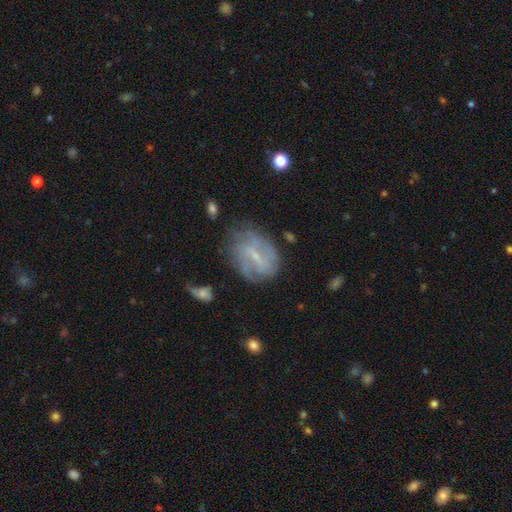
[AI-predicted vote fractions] Q: Smooth or featured?
A: featured or disk (68%); runner-up: smooth (23%)
Q: Edge-on disk?
A: no (96%); runner-up: yes (4%)
Q: Bar?
A: weak (53%); runner-up: no (25%)
Q: Spiral arms?
A: yes (73%); runner-up: no (27%)
Q: Bulge size?
A: small (66%); runner-up: moderate (18%)
Q: Merging?
A: none (59%); runner-up: minor disturbance (24%)